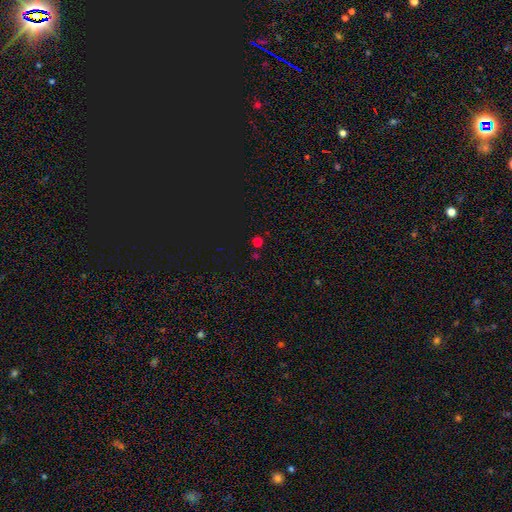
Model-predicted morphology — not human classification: This is possibly a smooth galaxy (56%). How rounded: clearly round (85%). Merging: clearly none (82%).